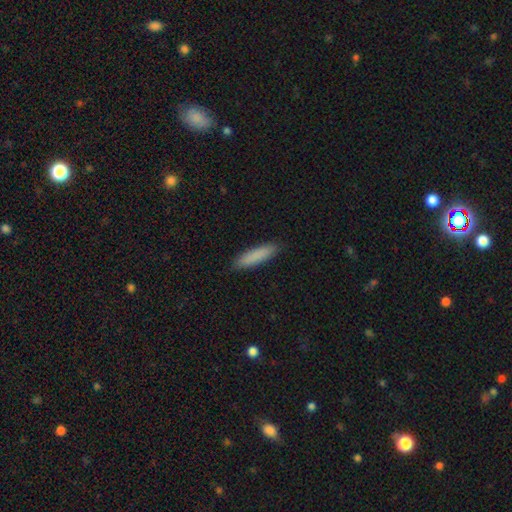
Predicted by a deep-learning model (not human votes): Q: Smooth or featured?
A: smooth (86%); runner-up: featured or disk (8%)
Q: How rounded?
A: cigar-shaped (79%); runner-up: in between (20%)
Q: Merging?
A: none (89%); runner-up: minor disturbance (8%)